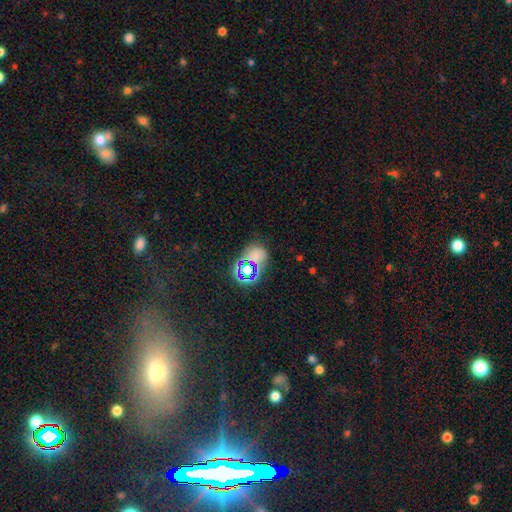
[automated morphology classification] The model was most divided on "smooth or featured": smooth: 52%, star or artifact: 36%, featured or disk: 12%. More confident: how rounded — round (62%); merging — none (60%).